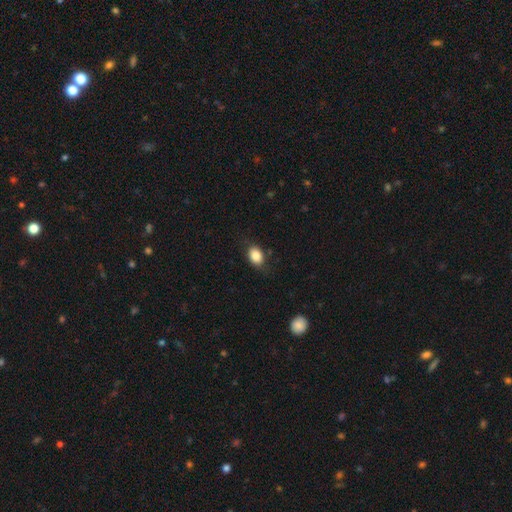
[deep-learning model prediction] smooth-or-featured: smooth: 85% | star or artifact: 8% | featured or disk: 6%
  how-rounded: in between: 74% | round: 25% | cigar-shaped: 1%
  merging: none: 78% | minor disturbance: 17% | major disturbance: 4% | merger: 1%